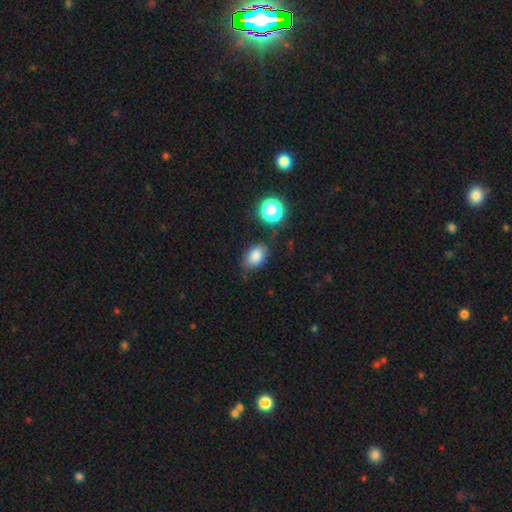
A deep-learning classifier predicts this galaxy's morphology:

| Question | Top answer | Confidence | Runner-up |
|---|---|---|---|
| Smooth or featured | smooth | 82% | star or artifact (11%) |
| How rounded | in between | 79% | round (20%) |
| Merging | none | 75% | minor disturbance (17%) |